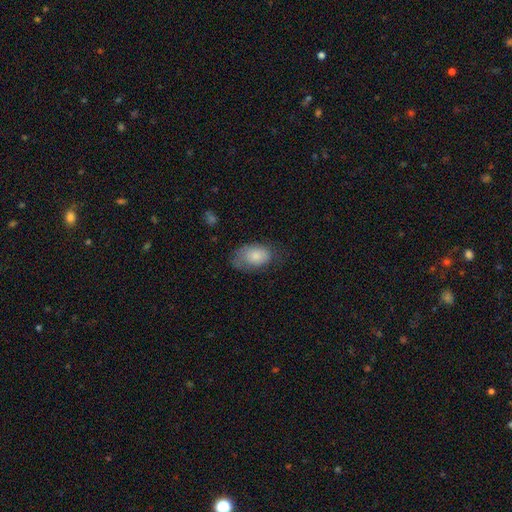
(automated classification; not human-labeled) smooth 78%, featured or disk 15%, star or artifact 7%. Down the decision tree: how rounded — in between (88%); merging — none (51%).